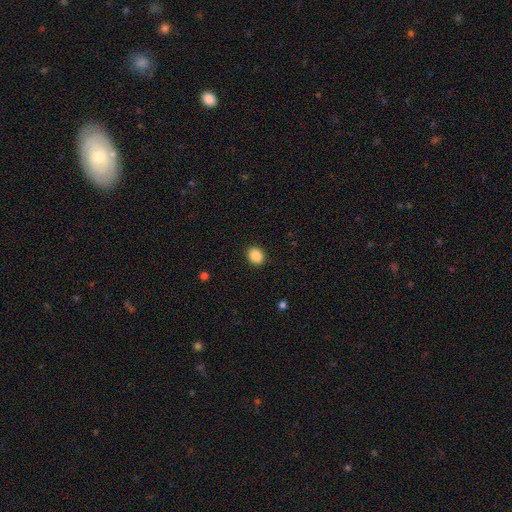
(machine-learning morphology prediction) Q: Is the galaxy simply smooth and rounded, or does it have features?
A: smooth — 88%.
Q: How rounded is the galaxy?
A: round — 58%.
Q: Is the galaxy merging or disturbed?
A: none — 91%.